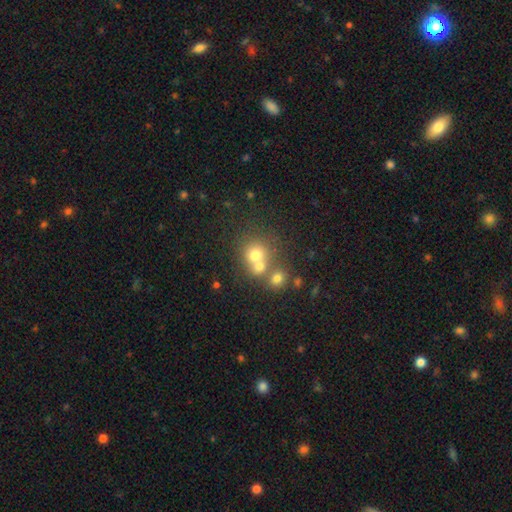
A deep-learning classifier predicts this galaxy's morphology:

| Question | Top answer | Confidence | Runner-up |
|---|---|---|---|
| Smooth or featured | smooth | 69% | featured or disk (16%) |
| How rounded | round | 81% | in between (18%) |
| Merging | merger | 52% | none (38%) |